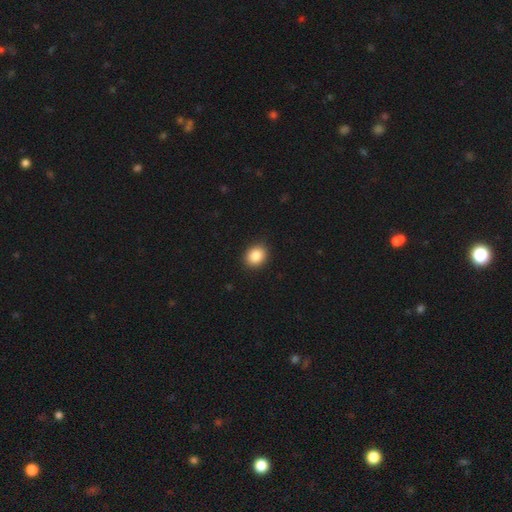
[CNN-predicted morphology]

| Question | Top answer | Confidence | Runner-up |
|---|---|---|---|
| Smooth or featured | smooth | 87% | star or artifact (8%) |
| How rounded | round | 55% | in between (44%) |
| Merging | none | 91% | minor disturbance (6%) |